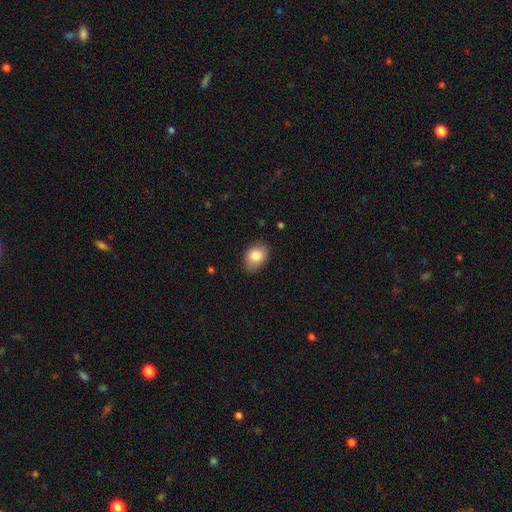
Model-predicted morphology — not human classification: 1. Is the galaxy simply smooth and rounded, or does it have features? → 83% smooth, 9% featured or disk, 8% star or artifact.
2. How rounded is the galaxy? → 73% in between, 26% round, 1% cigar-shaped.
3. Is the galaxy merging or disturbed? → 81% none, 15% minor disturbance, 3% major disturbance, 1% merger.